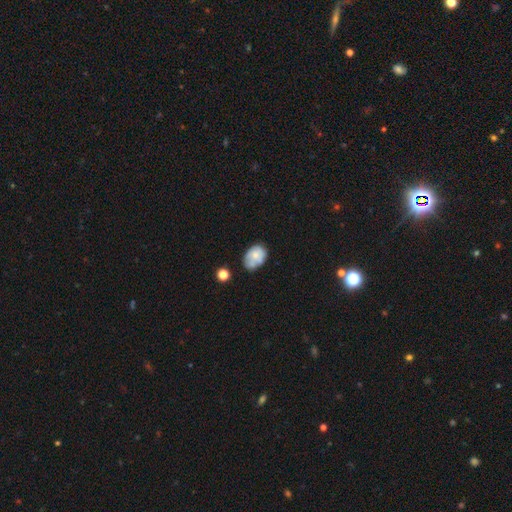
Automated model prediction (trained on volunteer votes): Smooth or featured?
  - smooth: 64% *
  - featured or disk: 27%
  - star or artifact: 9%
How rounded?
  - in between: 76% *
  - round: 23%
  - cigar-shaped: 1%
Merging?
  - none: 44% *
  - minor disturbance: 31%
  - merger: 15%
  - major disturbance: 11%